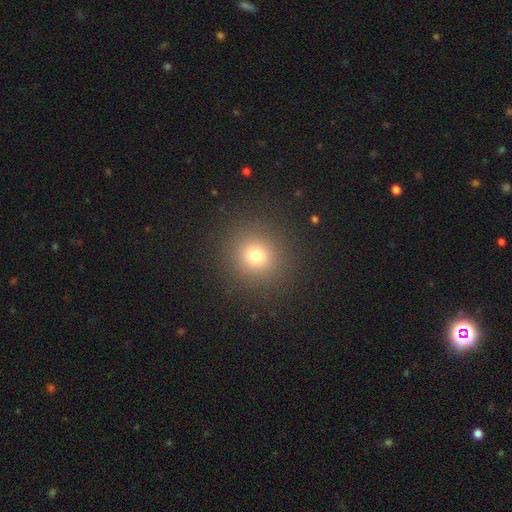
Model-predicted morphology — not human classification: A smooth galaxy with no disk features (73%) that is round (92%).

Vote fractions:
- Smooth or featured? smooth: 73% / star or artifact: 18% / featured or disk: 8%
- How rounded? round: 92% / in between: 7% / cigar-shaped: 1%
- Merging? none: 90% / minor disturbance: 6% / major disturbance: 3% / merger: 1%